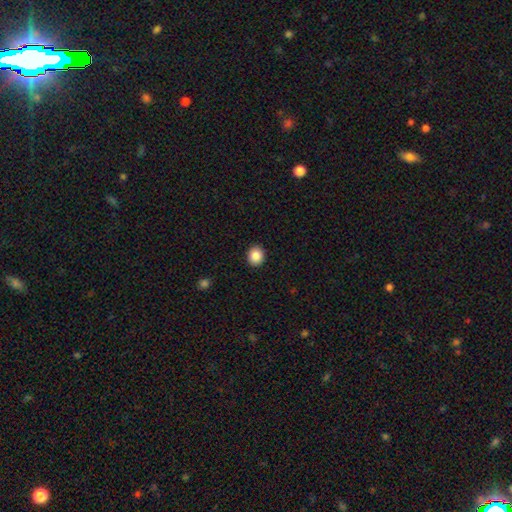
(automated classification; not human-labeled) Q: Smooth or featured?
A: smooth (87%); runner-up: star or artifact (9%)
Q: How rounded?
A: round (77%); runner-up: in between (22%)
Q: Merging?
A: none (92%); runner-up: minor disturbance (5%)